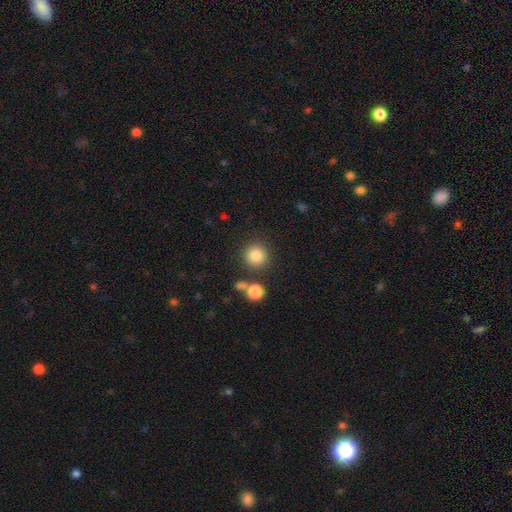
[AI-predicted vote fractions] Smooth or featured: smooth — 84% (star or artifact — 10%)
How rounded: round — 93% (in between — 6%)
Merging: none — 82% (minor disturbance — 8%)